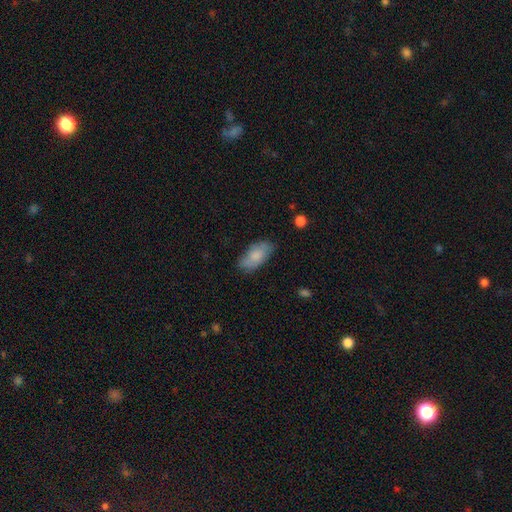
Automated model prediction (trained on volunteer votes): This appears to be a smooth galaxy with no disk features (78%) that is in between round and cigar-shaped (92%). Merging: none (74%).